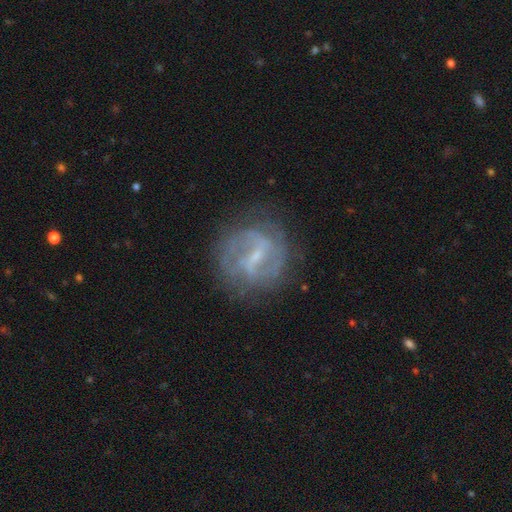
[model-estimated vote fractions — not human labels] This appears to be a featured or disk galaxy (82%) with a weak bar (47%), 2 (66%) medium (44%) spiral arms (86%) and a small central bulge (67%). Merging: none (75%).